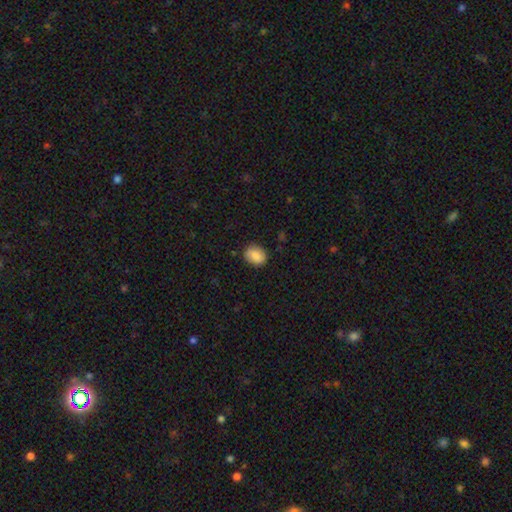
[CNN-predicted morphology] Q: Smooth or featured?
A: smooth (86%); runner-up: star or artifact (8%)
Q: How rounded?
A: round (51%); runner-up: in between (48%)
Q: Merging?
A: none (83%); runner-up: minor disturbance (13%)